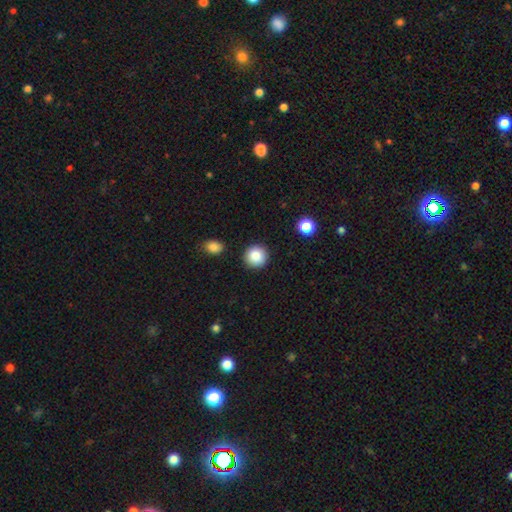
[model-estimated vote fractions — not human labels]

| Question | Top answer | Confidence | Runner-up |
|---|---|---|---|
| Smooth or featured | smooth | 86% | star or artifact (9%) |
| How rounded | round | 94% | in between (5%) |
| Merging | none | 89% | minor disturbance (6%) |